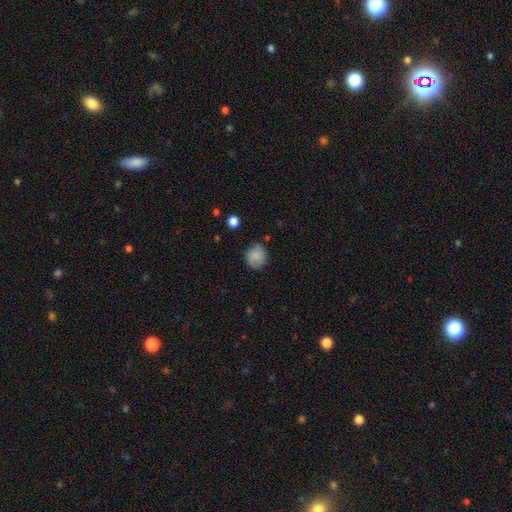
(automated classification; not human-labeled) This is clearly a smooth galaxy (81%). How rounded: clearly round (86%). Merging: likely none (79%).